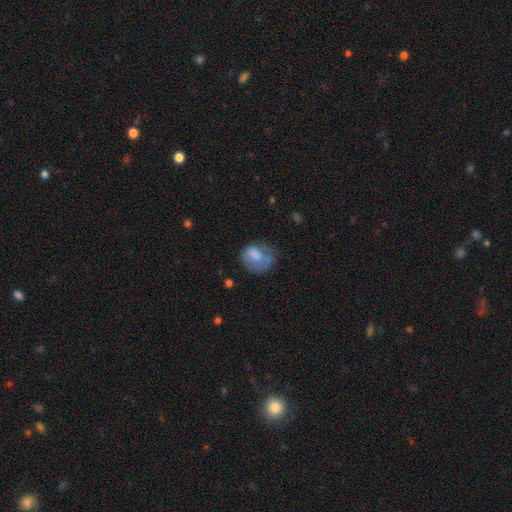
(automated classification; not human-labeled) Overall: smooth (67%). How rounded: round (54%; in between 45%). Merging: none (42%; minor disturbance 30%).